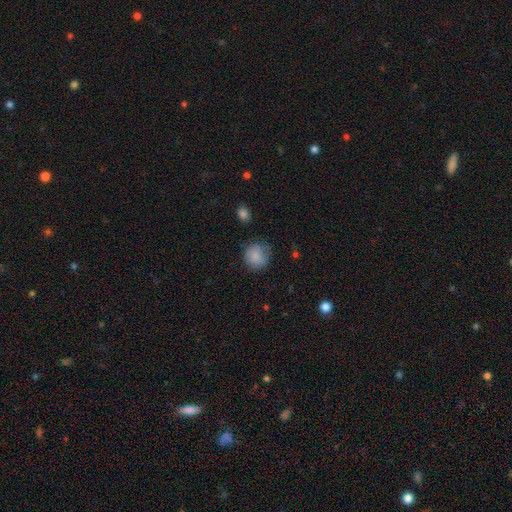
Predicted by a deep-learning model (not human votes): Smooth or featured: smooth — 84% (star or artifact — 9%)
How rounded: round — 86% (in between — 13%)
Merging: none — 70% (minor disturbance — 22%)